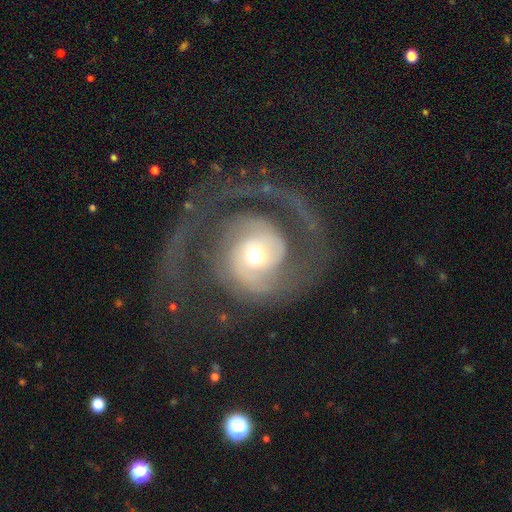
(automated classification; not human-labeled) smooth_or_featured: featured or disk (p=0.85) [alt: smooth p=0.10]
disk_edge_on: no (p=0.98) [alt: yes p=0.02]
bar: no (p=0.70) [alt: weak p=0.22]
has_spiral_arms: yes (p=0.92) [alt: no p=0.08]
spiral_winding: medium (p=0.40) [alt: tight p=0.37]
spiral_arm_count: 2 (p=0.51) [alt: 1 p=0.20]
bulge_size: moderate (p=0.63) [alt: small p=0.23]
merging: none (p=0.51) [alt: major disturbance p=0.34]